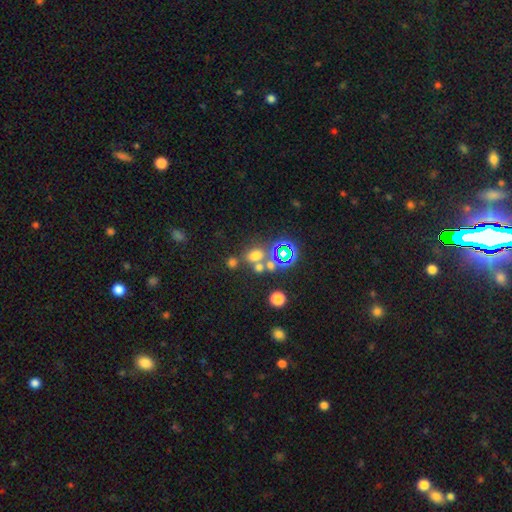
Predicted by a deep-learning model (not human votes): smooth-or-featured: smooth: 57% | star or artifact: 31% | featured or disk: 12%
  how-rounded: round: 52% | in between: 46% | cigar-shaped: 2%
  merging: none: 53% | merger: 30% | minor disturbance: 11% | major disturbance: 6%